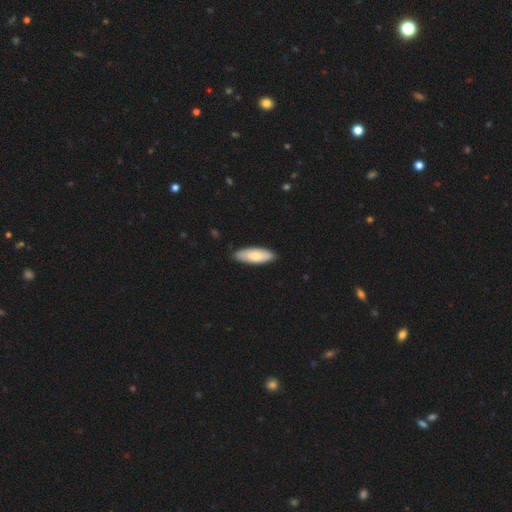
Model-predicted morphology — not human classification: Smooth or featured: smooth — 74% (featured or disk — 21%)
How rounded: in between — 69% (cigar-shaped — 29%)
Merging: none — 87% (minor disturbance — 10%)